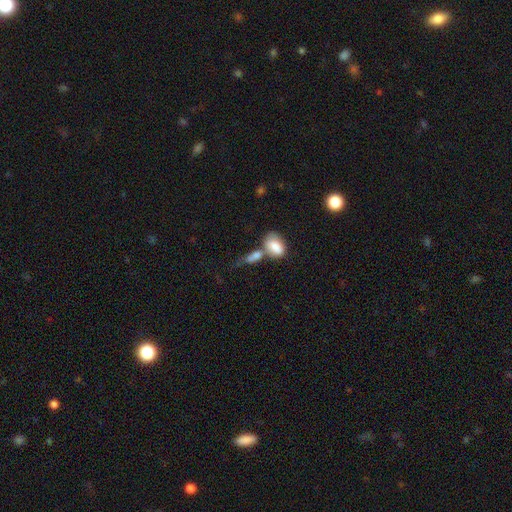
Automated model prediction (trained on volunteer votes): smooth-or-featured: smooth: 77% | featured or disk: 15% | star or artifact: 8%
  how-rounded: in between: 84% | round: 11% | cigar-shaped: 5%
  merging: merger: 58% | none: 22% | minor disturbance: 11% | major disturbance: 9%